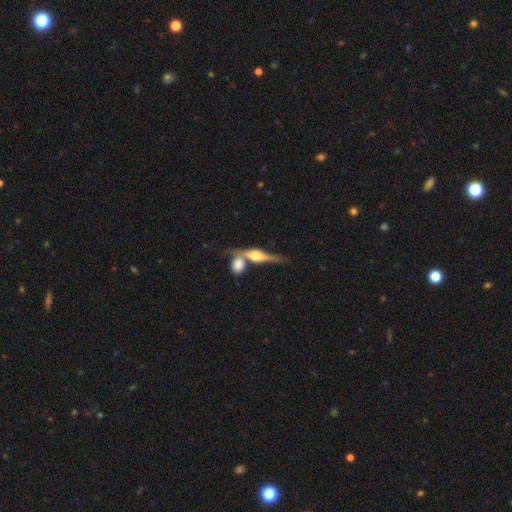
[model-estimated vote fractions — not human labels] This is likely a featured or disk galaxy (67%). It is clearly viewed edge-on (92%). Edge-on bulge: clearly rounded (89%). Merging: possibly none (45%).